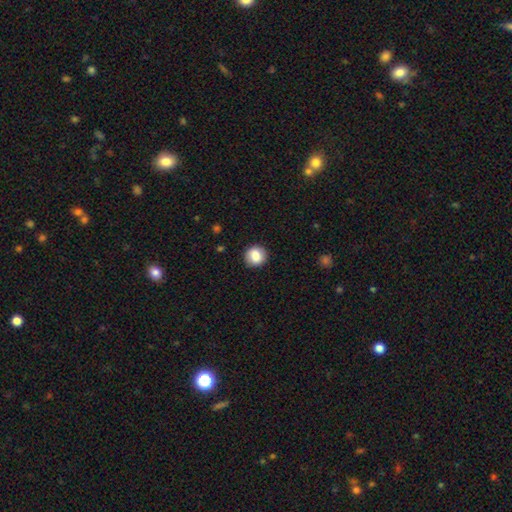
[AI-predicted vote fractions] Smooth or featured? smooth (85%)
How rounded? round (88%)
Merging? none (89%)